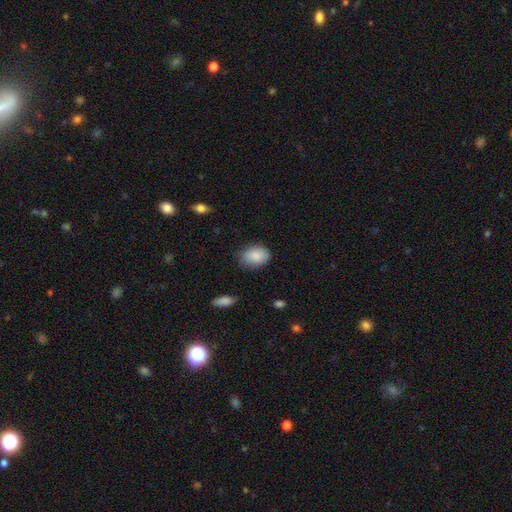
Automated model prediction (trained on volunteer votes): This appears to be a smooth galaxy with no disk features (88%) that is in between round and cigar-shaped (78%). Merging: none (73%).